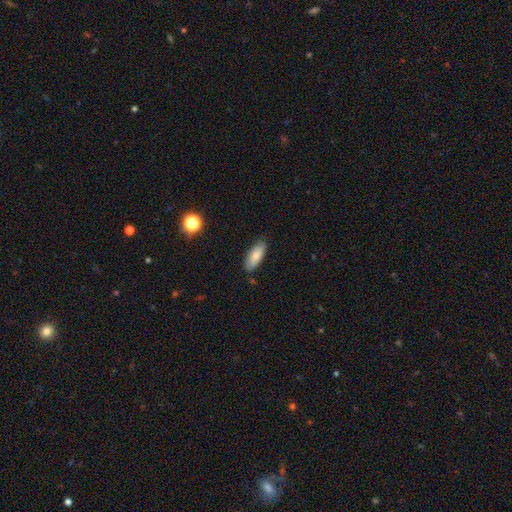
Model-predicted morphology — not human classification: Smooth or featured? smooth (74%)
How rounded? in between (77%)
Merging? none (80%)